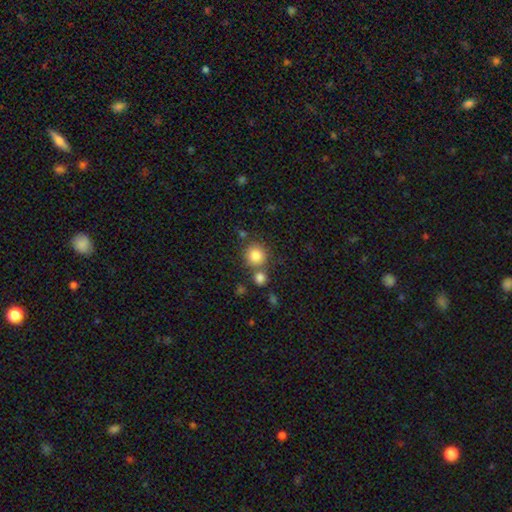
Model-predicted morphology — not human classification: Overall: smooth (83%). How rounded: round (91%). Merging: none (69%).